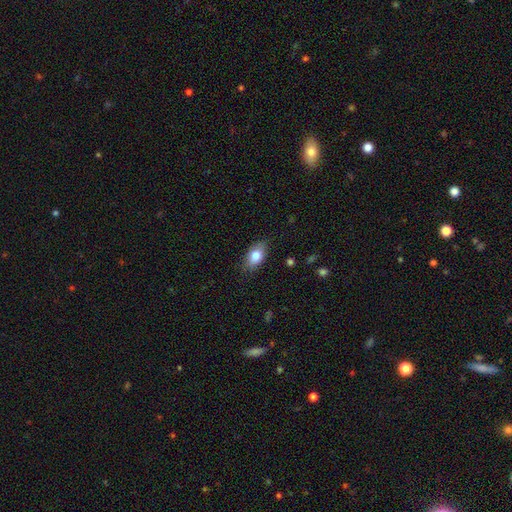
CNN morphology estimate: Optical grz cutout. It shows a smooth galaxy with no disk features (80%) that is in between round and cigar-shaped (88%). Merging: none (80%).